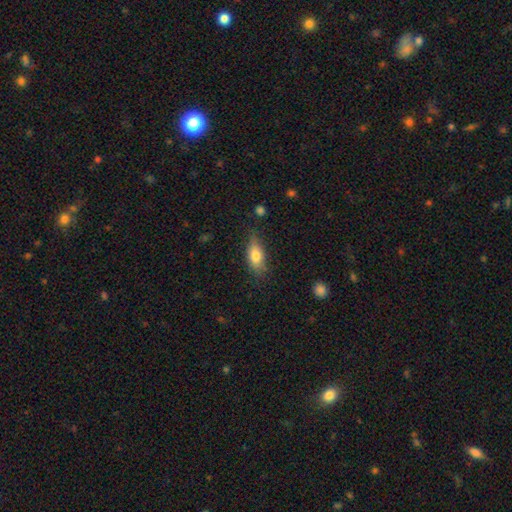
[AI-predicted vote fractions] Smooth or featured? smooth (73%)
How rounded? in between (78%)
Merging? none (73%)